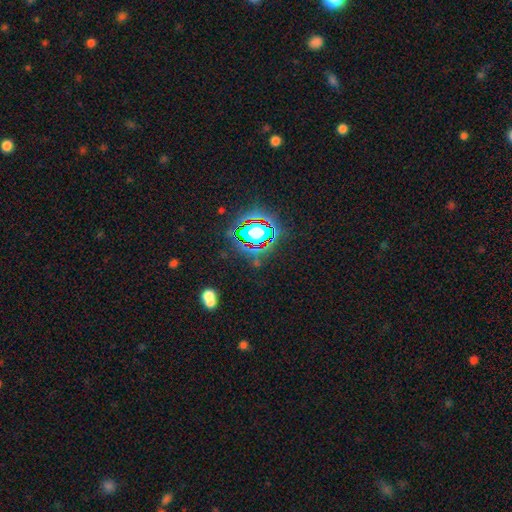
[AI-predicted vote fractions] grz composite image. It shows a star or artifact, not a galaxy (82%).